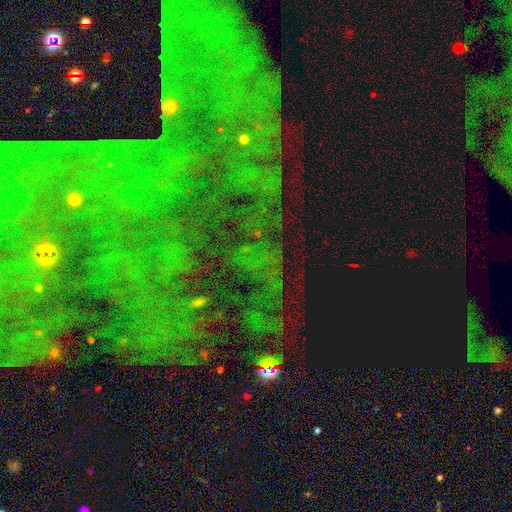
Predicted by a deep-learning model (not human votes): This appears to be a star or artifact, not a galaxy (74%).